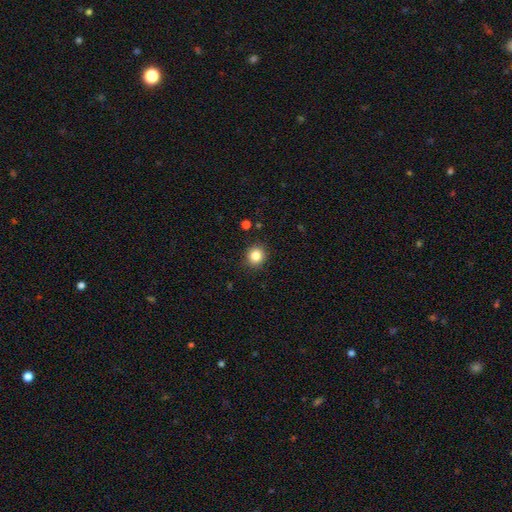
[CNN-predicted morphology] This appears to be a smooth galaxy with no disk features (84%) that is round (89%). Merging: none (91%).